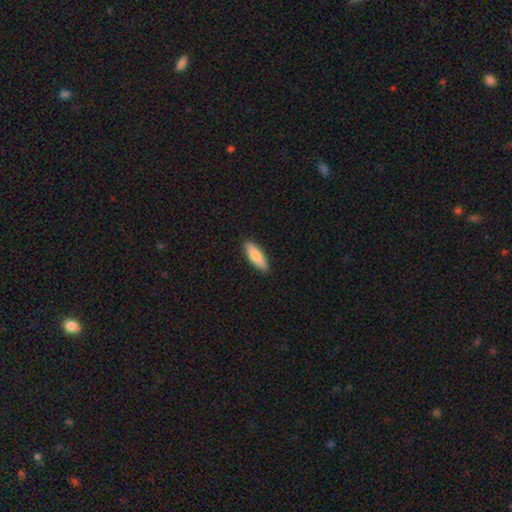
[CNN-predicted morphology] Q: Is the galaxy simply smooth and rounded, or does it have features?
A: smooth — 84%.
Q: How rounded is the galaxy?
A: in between — 55%.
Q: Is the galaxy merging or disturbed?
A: none — 89%.